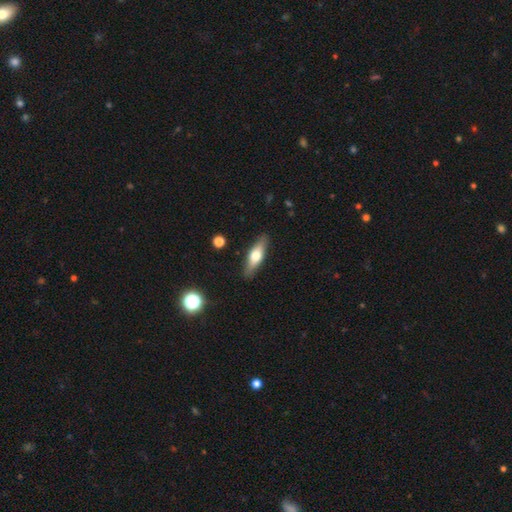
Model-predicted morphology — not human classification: Overall: smooth (51%; featured or disk 43%). How rounded: cigar-shaped (54%; in between 43%). Merging: none (88%).